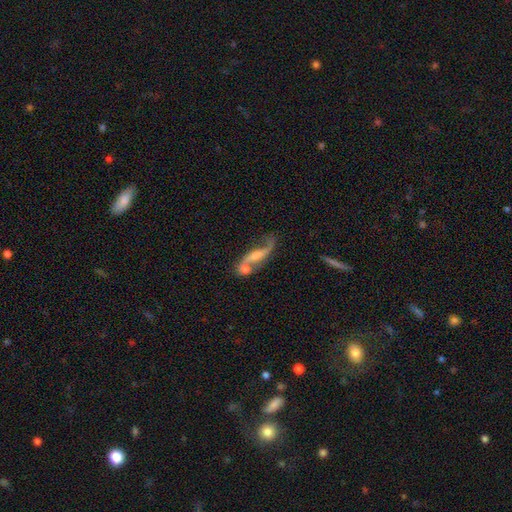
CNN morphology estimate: type=featured or disk (62%); edge-on=no (74%); merging=none (38%).